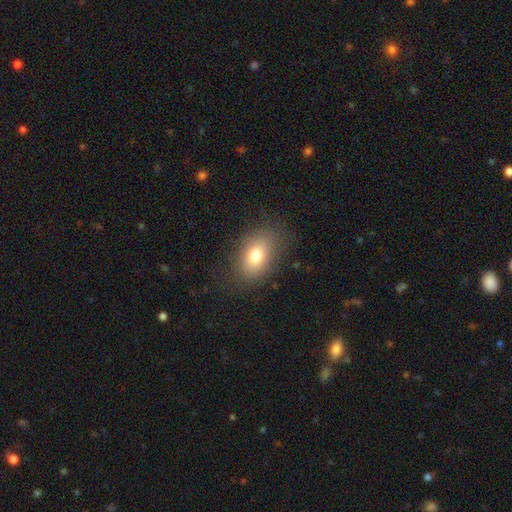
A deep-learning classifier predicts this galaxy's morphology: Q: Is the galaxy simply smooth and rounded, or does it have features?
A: smooth — 77%.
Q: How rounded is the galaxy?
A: in between — 85%.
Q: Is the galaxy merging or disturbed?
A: none — 81%.